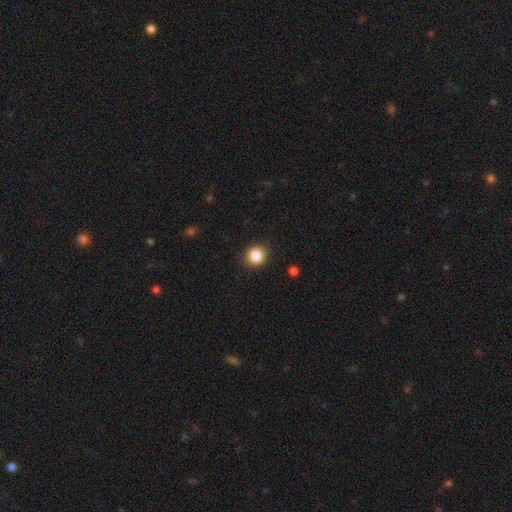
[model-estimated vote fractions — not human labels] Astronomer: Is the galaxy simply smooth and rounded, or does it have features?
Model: smooth — 86%.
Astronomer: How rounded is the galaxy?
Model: round — 89%.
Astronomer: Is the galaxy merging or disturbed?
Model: none — 89%.